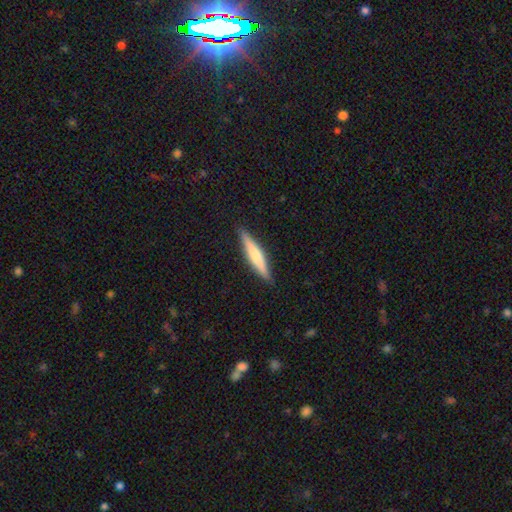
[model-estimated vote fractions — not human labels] This appears to be a smooth galaxy with no disk features (52%) that is cigar-shaped (92%). Merging: none (90%).